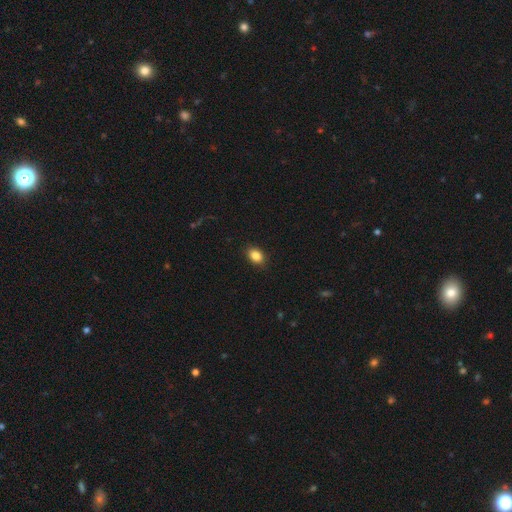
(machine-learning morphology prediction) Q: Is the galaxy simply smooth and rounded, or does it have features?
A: smooth — 86%.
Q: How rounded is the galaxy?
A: in between — 74%.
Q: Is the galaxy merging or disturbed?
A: none — 88%.